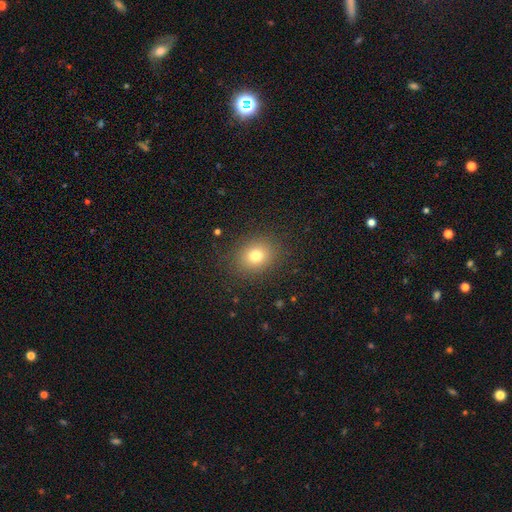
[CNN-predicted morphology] Q: Smooth or featured?
A: smooth (76%); runner-up: star or artifact (14%)
Q: How rounded?
A: round (60%); runner-up: in between (39%)
Q: Merging?
A: none (87%); runner-up: minor disturbance (9%)